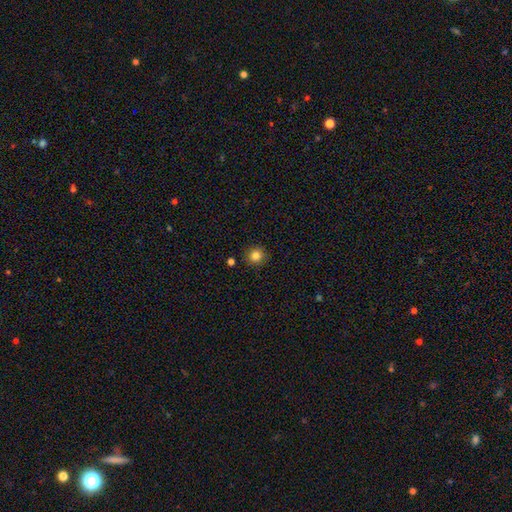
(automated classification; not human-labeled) Smooth or featured: smooth — 83% (star or artifact — 12%)
How rounded: round — 92% (in between — 7%)
Merging: none — 89% (minor disturbance — 7%)